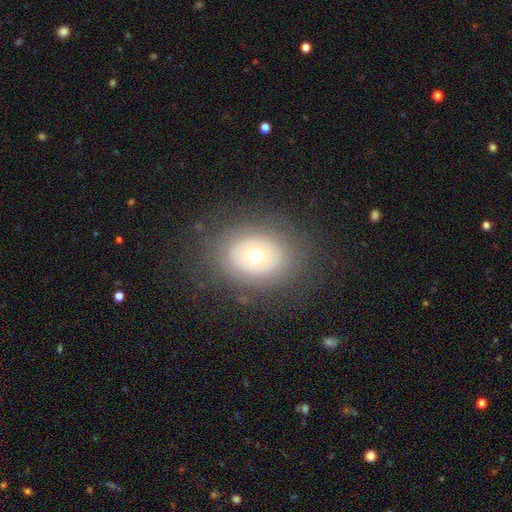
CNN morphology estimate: featured or disk 46%, smooth 44%, star or artifact 10%. Down the decision tree: merging — none (80%).